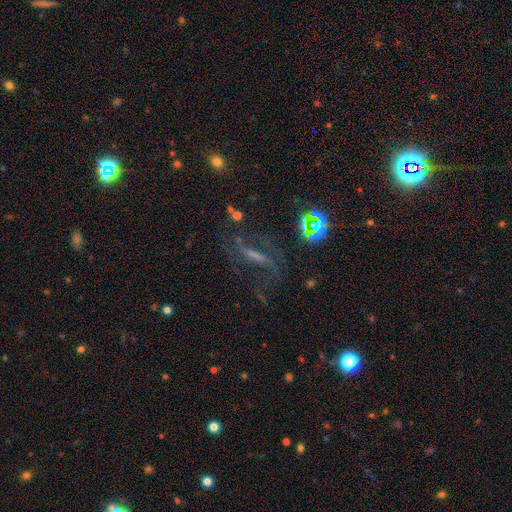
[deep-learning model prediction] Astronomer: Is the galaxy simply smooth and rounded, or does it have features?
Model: featured or disk — 55%.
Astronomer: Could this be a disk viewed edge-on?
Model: no — 76%.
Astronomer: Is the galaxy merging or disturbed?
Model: none — 61%.